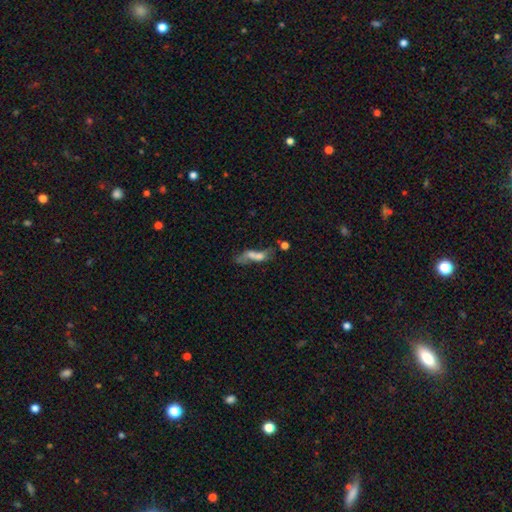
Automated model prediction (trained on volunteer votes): The model was most divided on "smooth or featured": smooth: 49%, featured or disk: 37%, star or artifact: 13%. More confident: merging — merger (55%).